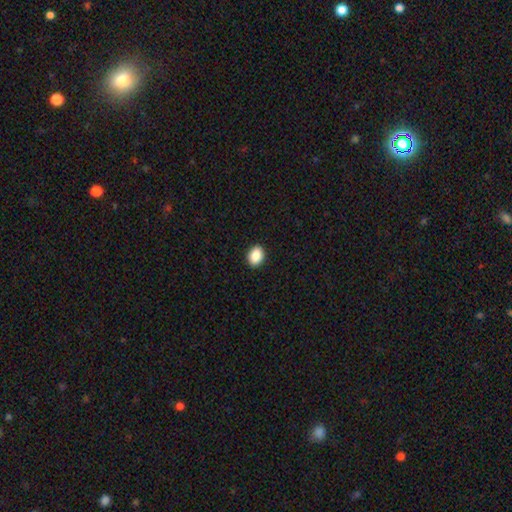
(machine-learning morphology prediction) type=smooth (89%); roundness=in between (69%); merging=none (91%).